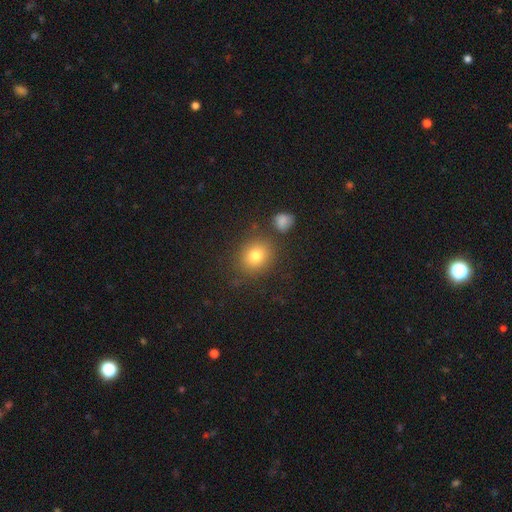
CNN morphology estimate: Overall: smooth (78%). How rounded: round (73%). Merging: none (79%).